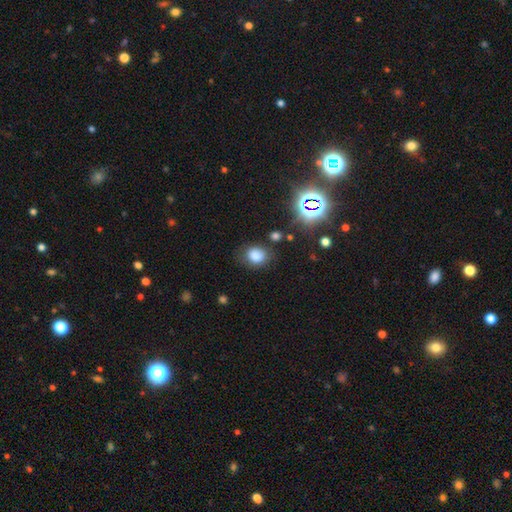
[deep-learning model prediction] This is likely a smooth galaxy (79%). How rounded: possibly round (53%). Merging: likely none (70%).